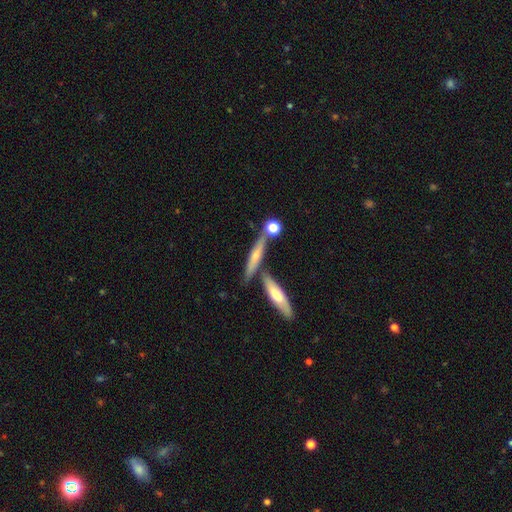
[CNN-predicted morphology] Smooth or featured: featured or disk — 49% (smooth — 43%)
Merging: none — 66% (merger — 19%)